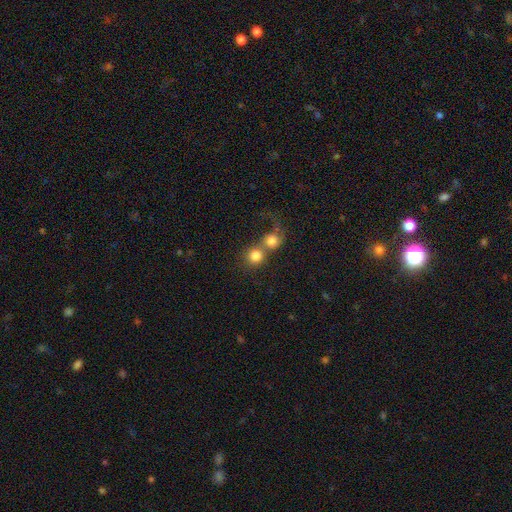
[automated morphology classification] Smooth or featured: smooth — 79% (featured or disk — 11%)
How rounded: round — 89% (in between — 10%)
Merging: merger — 57% (none — 32%)